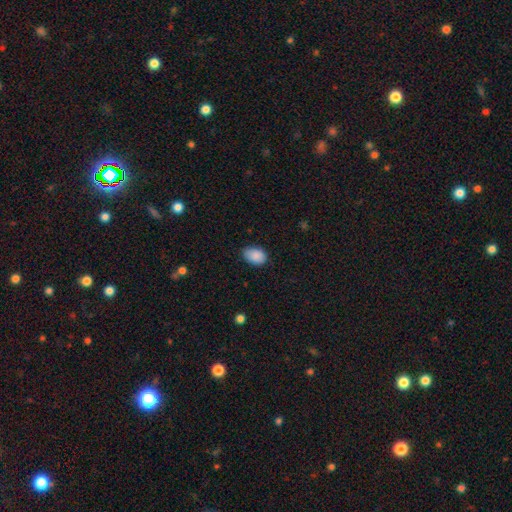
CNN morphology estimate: smooth-or-featured: smooth: 89% | star or artifact: 7% | featured or disk: 4%
  how-rounded: in between: 85% | round: 14% | cigar-shaped: 1%
  merging: none: 78% | minor disturbance: 18% | major disturbance: 3% | merger: 1%